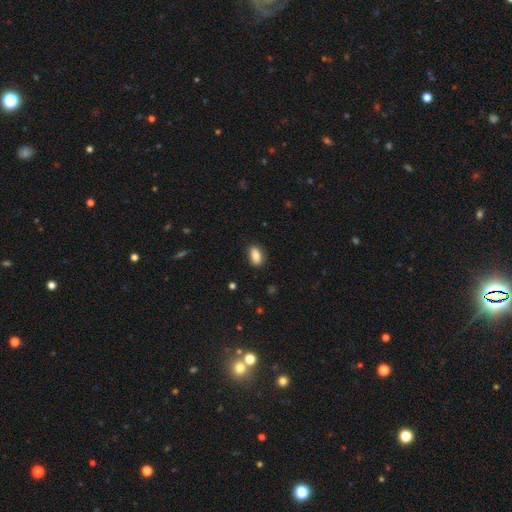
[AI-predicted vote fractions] This appears to be a smooth galaxy with no disk features (85%) that is in between round and cigar-shaped (88%). Merging: none (85%).